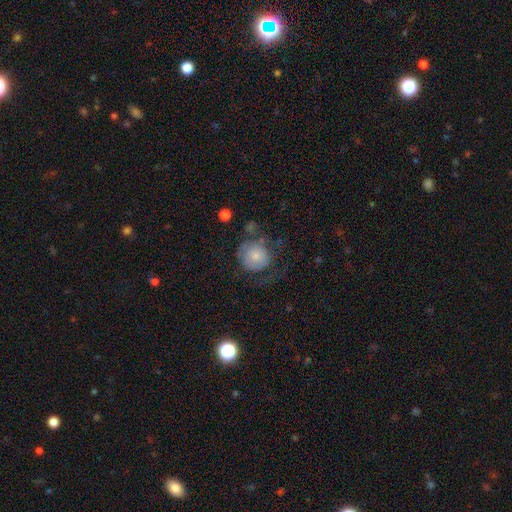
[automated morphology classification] Smooth or featured? Predicted: smooth (p=0.68). How rounded? Predicted: round (p=0.86). Merging? Predicted: none (p=0.43).